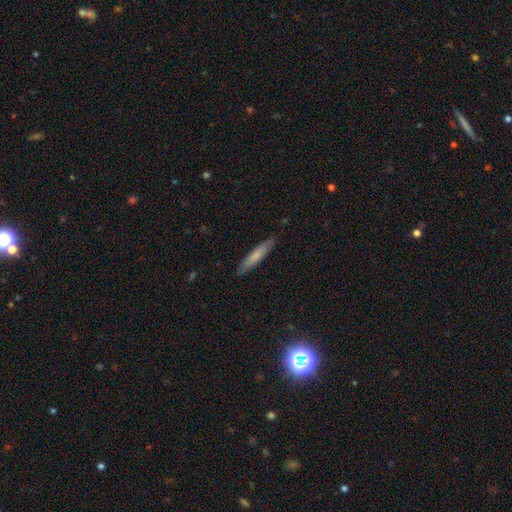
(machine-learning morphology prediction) smooth 69%, featured or disk 25%, star or artifact 6%. Down the decision tree: how rounded — cigar-shaped (90%); merging — none (87%).